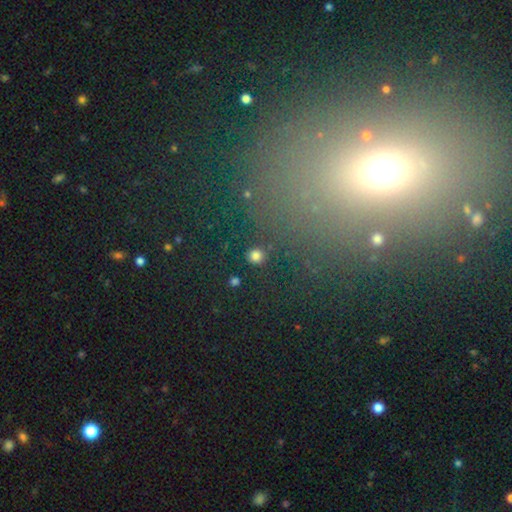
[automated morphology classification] Smooth or featured?
  - smooth: 81% *
  - star or artifact: 14%
  - featured or disk: 4%
How rounded?
  - round: 93% *
  - in between: 6%
  - cigar-shaped: 1%
Merging?
  - none: 89% *
  - minor disturbance: 5%
  - merger: 3%
  - major disturbance: 3%